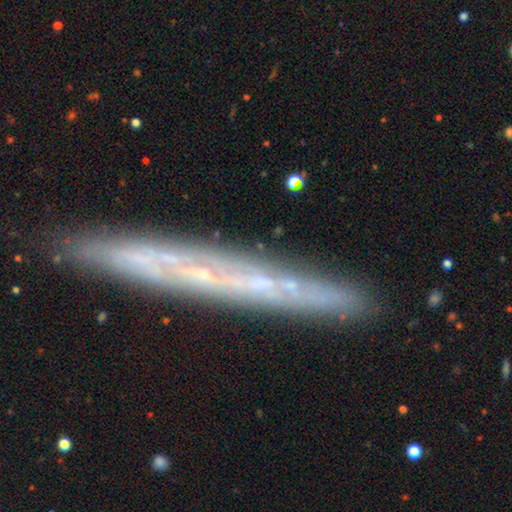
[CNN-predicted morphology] Smooth or featured: featured or disk — 67% (smooth — 24%)
Edge-on disk: yes — 84% (no — 16%)
Edge-on bulge: none — 81% (rounded — 14%)
Merging: none — 85% (minor disturbance — 11%)